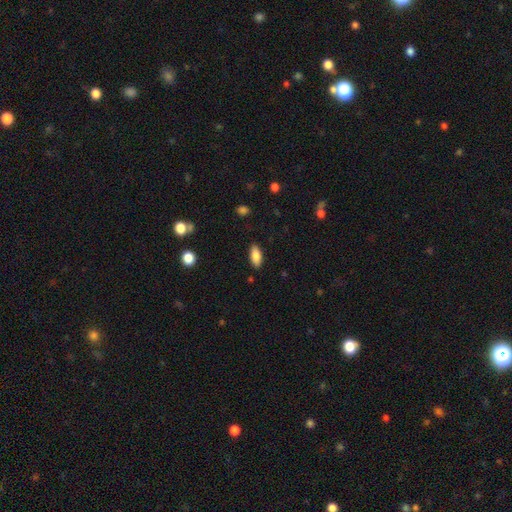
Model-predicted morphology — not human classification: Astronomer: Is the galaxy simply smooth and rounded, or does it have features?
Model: smooth — 84%.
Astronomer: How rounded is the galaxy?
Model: in between — 87%.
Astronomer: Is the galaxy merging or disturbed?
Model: none — 87%.